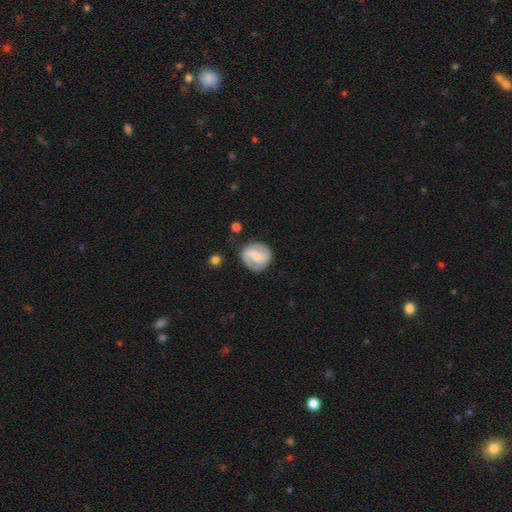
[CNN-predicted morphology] type=featured or disk (69%); edge-on=no (98%); bar=weak (51%); spiral arms=yes (92%); winding=medium (44%); arm count=2 (84%); bulge=small (47%); merging=none (79%).